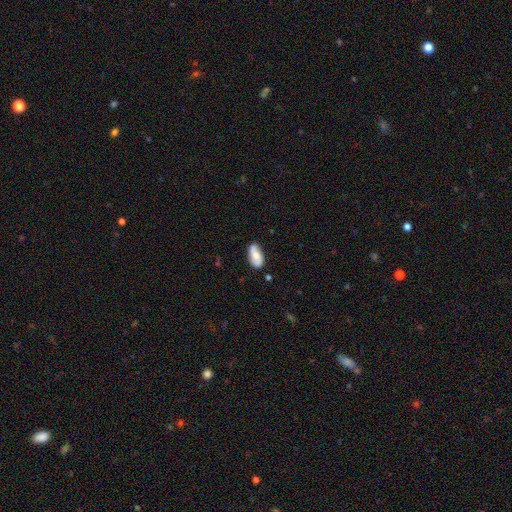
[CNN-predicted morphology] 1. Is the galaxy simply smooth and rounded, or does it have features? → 52% smooth, 41% featured or disk, 7% star or artifact.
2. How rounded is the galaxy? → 91% in between, 6% cigar-shaped, 3% round.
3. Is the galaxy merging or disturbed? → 71% none, 22% minor disturbance, 5% major disturbance, 3% merger.